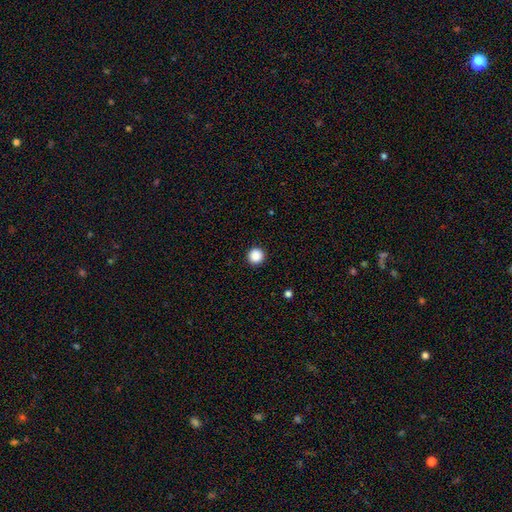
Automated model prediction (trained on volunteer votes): This is clearly a smooth galaxy (88%). How rounded: clearly round (96%). Merging: clearly none (93%).